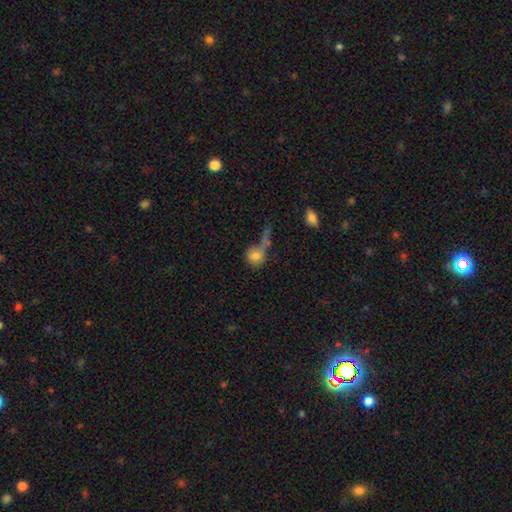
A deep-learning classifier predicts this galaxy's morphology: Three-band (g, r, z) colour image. It shows a smooth galaxy with no disk features (75%) that is round (67%). Merging: merger (31%).